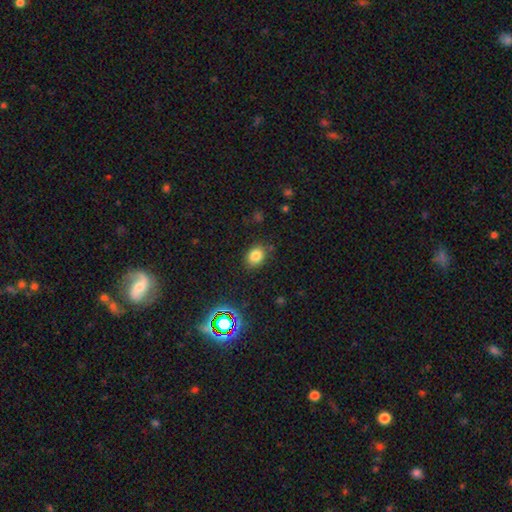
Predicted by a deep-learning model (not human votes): This is likely a smooth galaxy (80%). How rounded: possibly in between (57%). Merging: clearly none (82%).